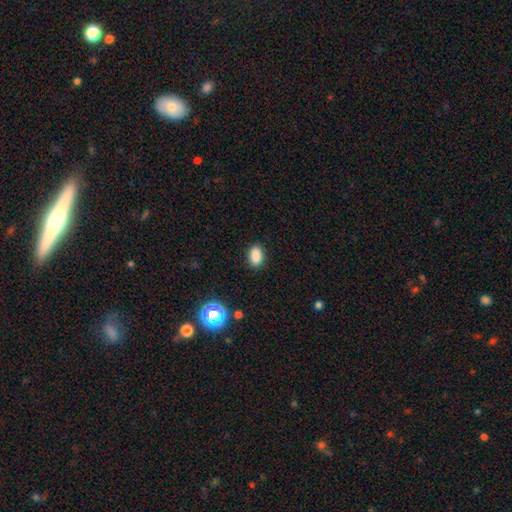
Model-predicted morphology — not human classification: A smooth galaxy with no disk features (86%) that is in between round and cigar-shaped (86%).

Vote fractions:
- Smooth or featured? smooth: 86% / star or artifact: 10% / featured or disk: 4%
- How rounded? in between: 86% / round: 12% / cigar-shaped: 2%
- Merging? none: 88% / minor disturbance: 9% / major disturbance: 2% / merger: 1%